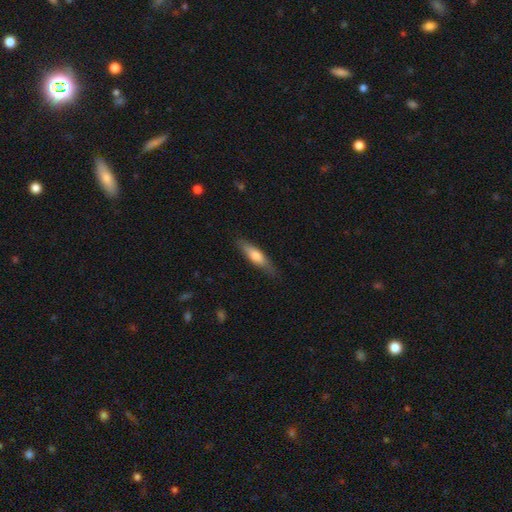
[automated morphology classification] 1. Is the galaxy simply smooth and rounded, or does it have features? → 64% smooth, 31% featured or disk, 6% star or artifact.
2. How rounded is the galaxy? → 69% cigar-shaped, 30% in between, 2% round.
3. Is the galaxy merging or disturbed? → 80% none, 16% minor disturbance, 3% major disturbance, 1% merger.